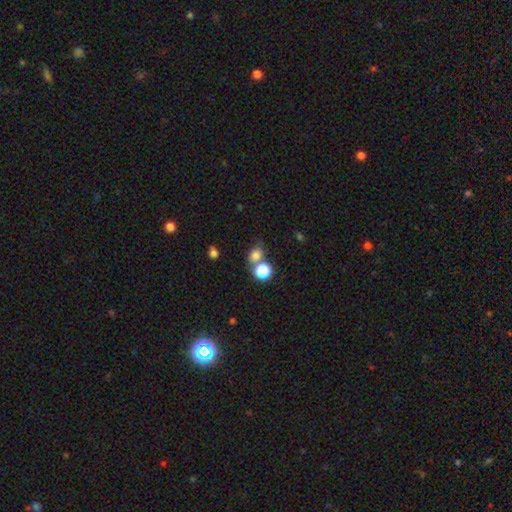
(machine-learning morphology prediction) Q: Smooth or featured?
A: smooth (76%); runner-up: star or artifact (16%)
Q: How rounded?
A: round (59%); runner-up: in between (39%)
Q: Merging?
A: none (51%); runner-up: merger (32%)